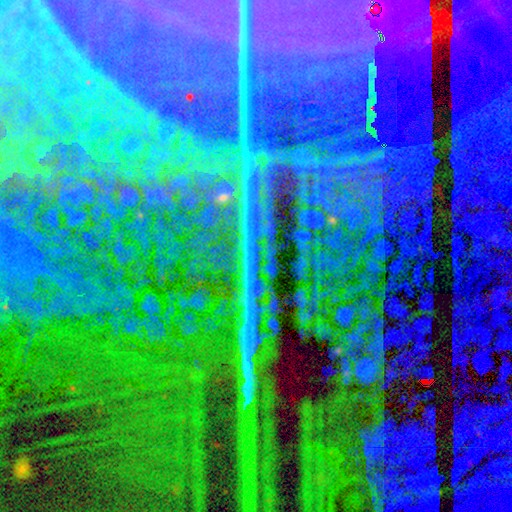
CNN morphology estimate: A star or artifact, not a galaxy (89%).